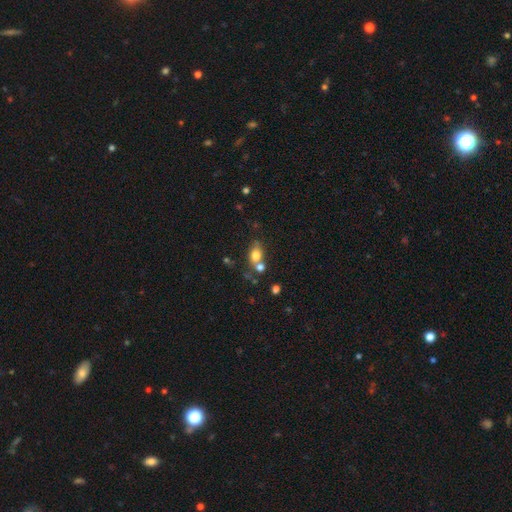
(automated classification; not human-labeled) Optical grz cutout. It shows a smooth galaxy with no disk features (75%) that is in between round and cigar-shaped (73%). Merging: none (48%).